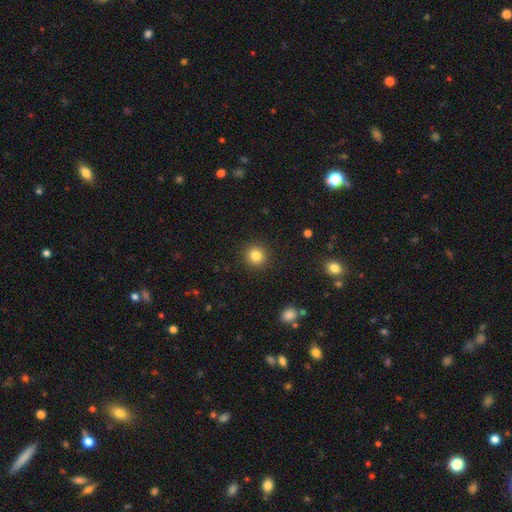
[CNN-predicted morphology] A smooth galaxy with no disk features (83%) that is round (93%). Merging: none (92%).